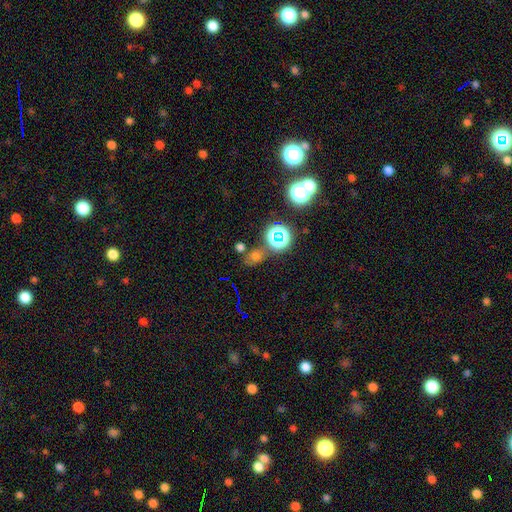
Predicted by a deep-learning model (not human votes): A star or artifact, not a galaxy (46%).

Vote fractions:
- Smooth or featured? star or artifact: 46% / smooth: 42% / featured or disk: 12%